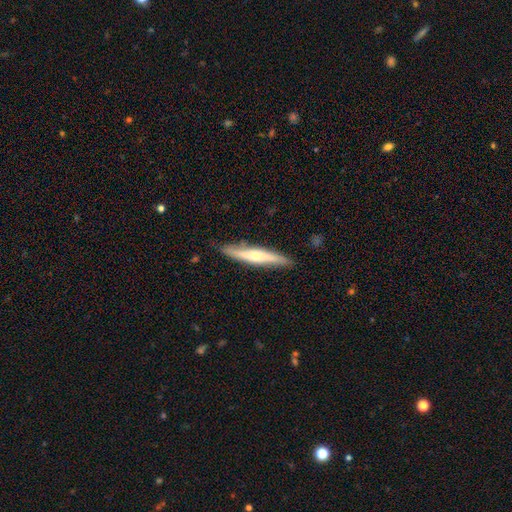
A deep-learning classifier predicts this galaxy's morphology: Smooth or featured? Predicted: featured or disk (p=0.53). Edge-on disk? Predicted: yes (p=0.87). Merging? Predicted: none (p=0.84).